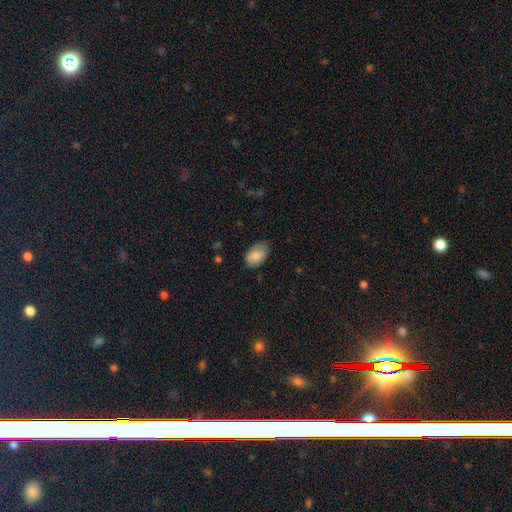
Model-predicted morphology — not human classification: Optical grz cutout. It shows a smooth galaxy with no disk features (80%) that is in between round and cigar-shaped (90%). Merging: none (69%).